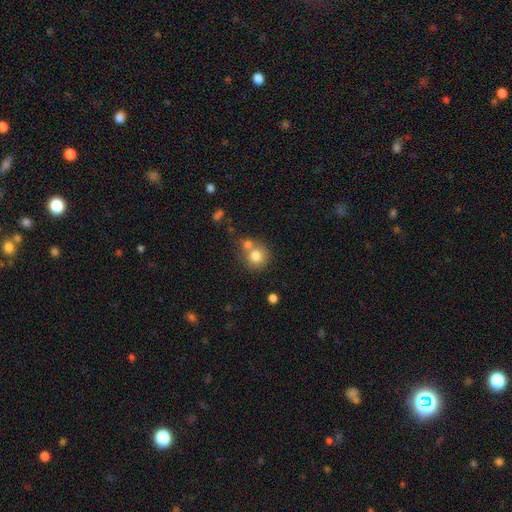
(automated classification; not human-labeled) A smooth galaxy with no disk features (78%) that is round (87%). Merging: none (49%).